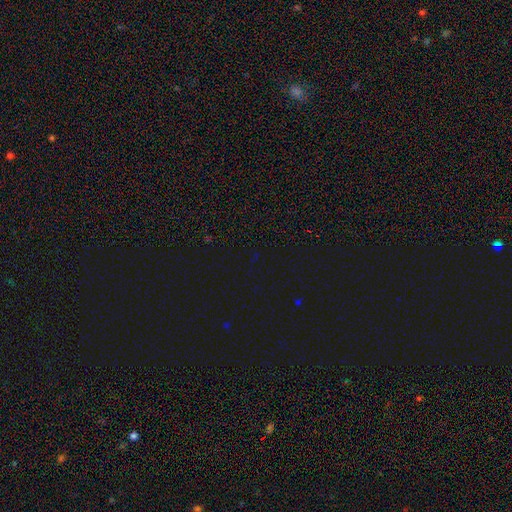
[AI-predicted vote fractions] This is likely a star or artifact rather than a galaxy (76%).